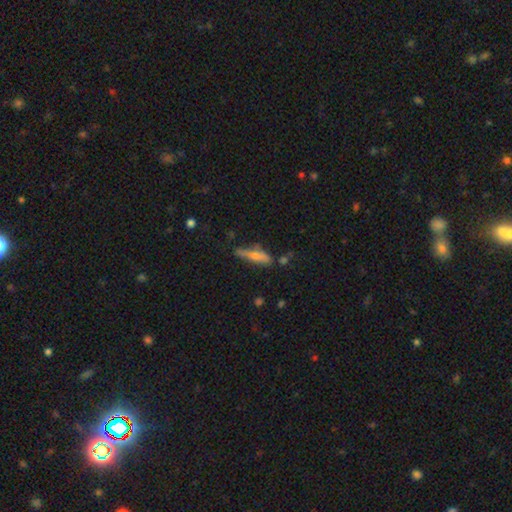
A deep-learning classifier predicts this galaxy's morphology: smooth 48%, featured or disk 44%, star or artifact 8%. Down the decision tree: merging — none (64%).